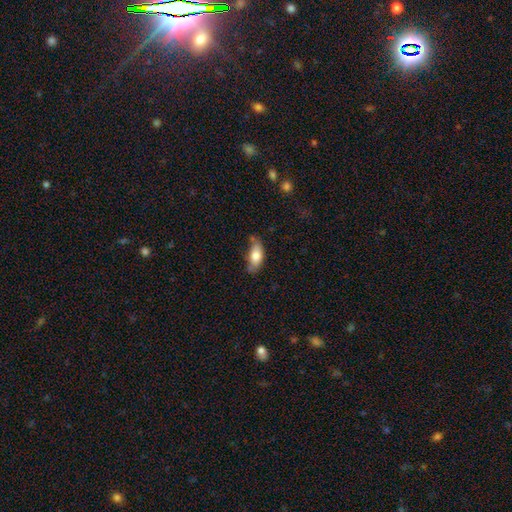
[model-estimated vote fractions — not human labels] Smooth or featured: smooth — 75% (featured or disk — 19%)
How rounded: in between — 84% (cigar-shaped — 13%)
Merging: none — 53% (minor disturbance — 33%)